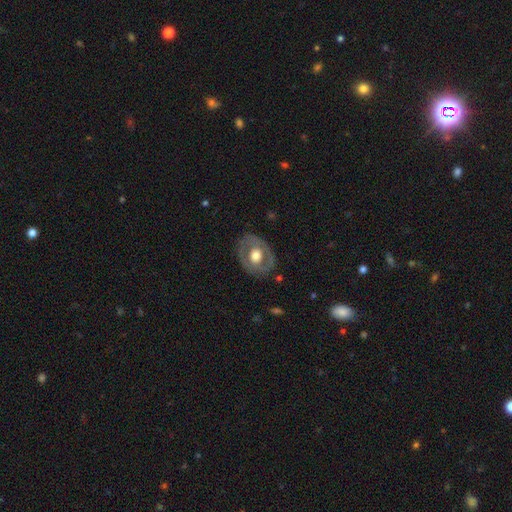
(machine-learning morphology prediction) smooth-or-featured: featured or disk: 56% | smooth: 38% | star or artifact: 6%
  disk-edge-on: no: 93% | yes: 7%
    bar: no: 82% | weak: 14% | strong: 4%
    has-spiral-arms: no: 81% | yes: 19%
    bulge-size: moderate: 49% | large: 44% | small: 3% | dominant: 3% | none: 1%
  merging: none: 78% | minor disturbance: 15% | major disturbance: 6% | merger: 1%